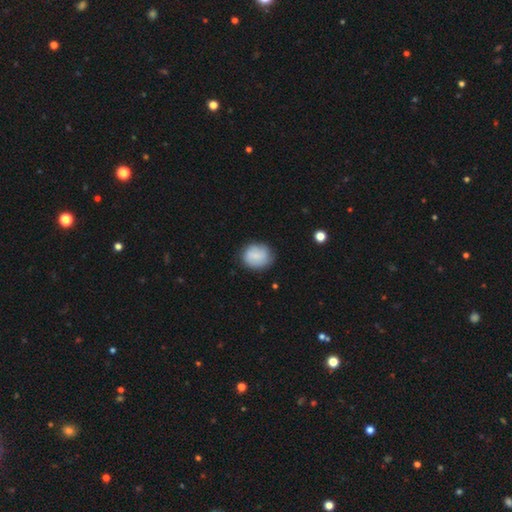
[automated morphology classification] smooth_or_featured: smooth (p=0.75) [alt: featured or disk p=0.18]
how_rounded: round (p=0.69) [alt: in between p=0.30]
merging: none (p=0.75) [alt: minor disturbance p=0.19]